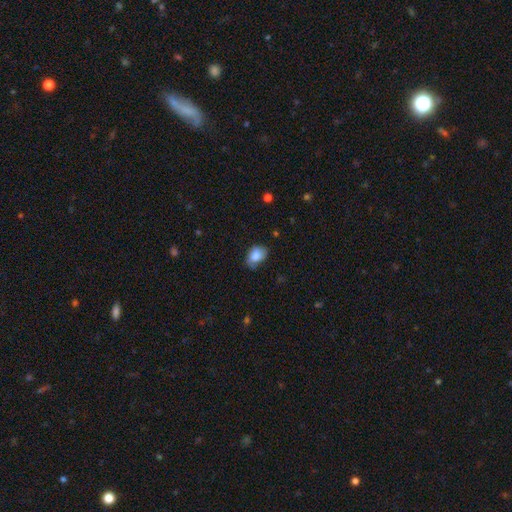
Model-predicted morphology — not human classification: Overall: smooth (79%). How rounded: in between (79%). Merging: none (56%; minor disturbance 34%).